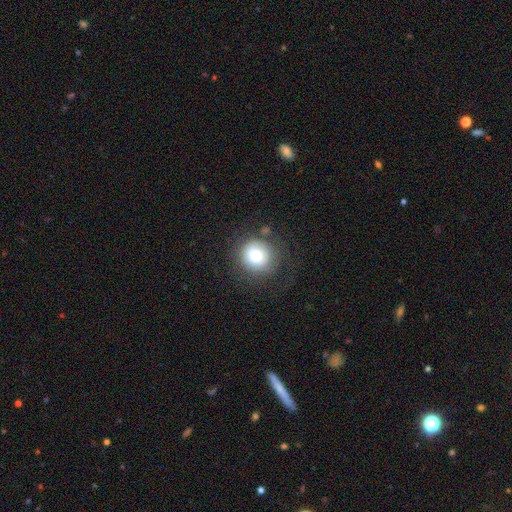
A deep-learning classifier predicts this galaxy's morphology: A smooth galaxy with no disk features (78%) that is round (90%).

Vote fractions:
- Smooth or featured? smooth: 78% / featured or disk: 13% / star or artifact: 10%
- How rounded? round: 90% / in between: 9% / cigar-shaped: 1%
- Merging? none: 74% / minor disturbance: 15% / major disturbance: 8% / merger: 3%